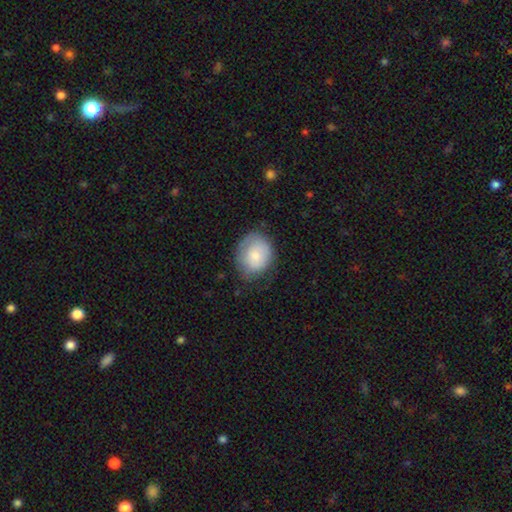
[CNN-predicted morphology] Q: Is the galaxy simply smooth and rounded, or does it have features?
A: smooth — 73%.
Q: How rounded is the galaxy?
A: round — 59%.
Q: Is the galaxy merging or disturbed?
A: none — 64%.